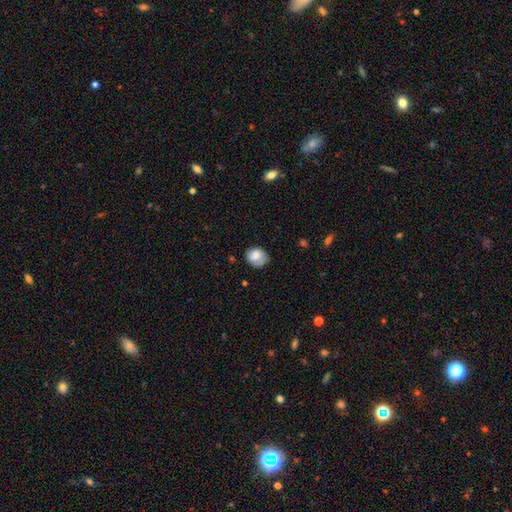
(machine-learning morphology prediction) A smooth galaxy with no disk features (77%) that is round (66%).

Vote fractions:
- Smooth or featured? smooth: 77% / featured or disk: 15% / star or artifact: 8%
- How rounded? round: 66% / in between: 33% / cigar-shaped: 1%
- Merging? none: 60% / minor disturbance: 28% / major disturbance: 10% / merger: 2%